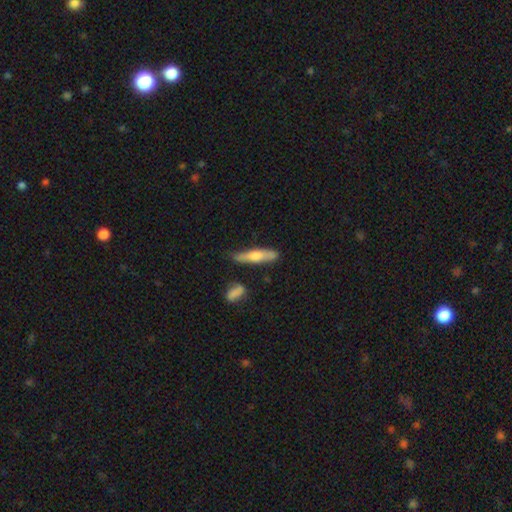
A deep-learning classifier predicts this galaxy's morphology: Smooth or featured: smooth — 55% (featured or disk — 39%)
How rounded: cigar-shaped — 82% (in between — 16%)
Merging: none — 76% (minor disturbance — 17%)